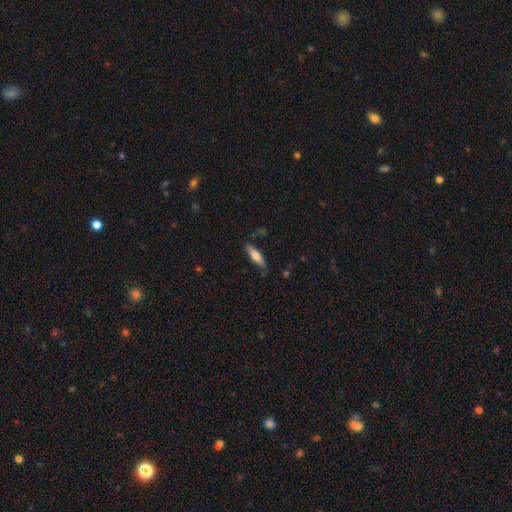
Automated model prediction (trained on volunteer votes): smooth_or_featured: smooth (p=0.68) [alt: featured or disk p=0.26]
how_rounded: cigar-shaped (p=0.61) [alt: in between p=0.38]
merging: none (p=0.82) [alt: minor disturbance p=0.13]